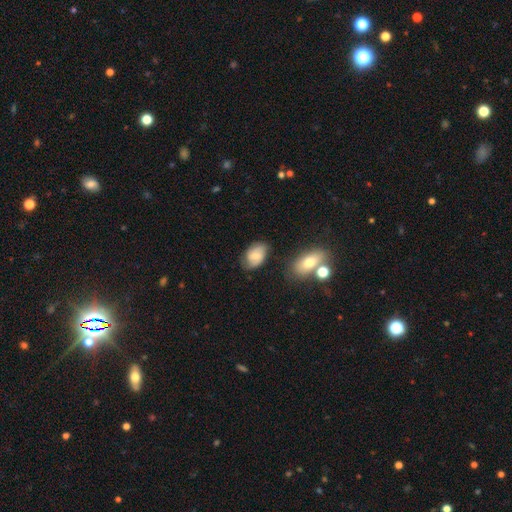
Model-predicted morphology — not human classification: This is possibly a smooth galaxy (56%). How rounded: clearly in between (86%). Merging: likely none (71%).